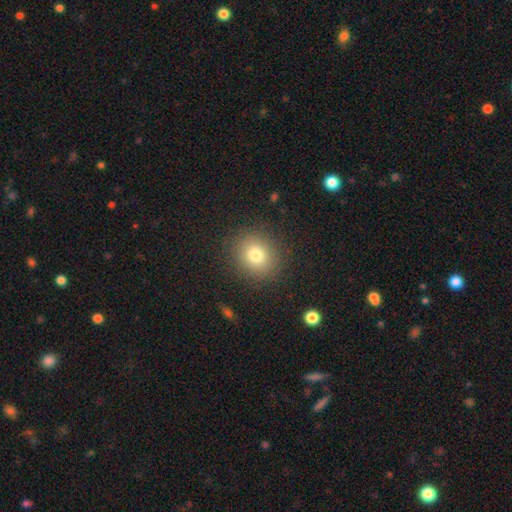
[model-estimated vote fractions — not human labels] This is likely a smooth galaxy (78%). How rounded: likely round (76%). Merging: clearly none (88%).